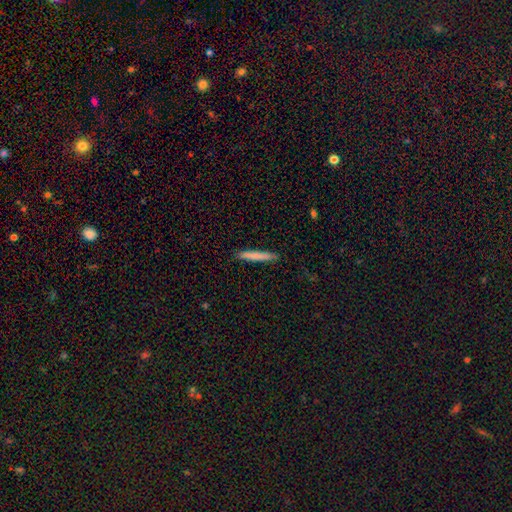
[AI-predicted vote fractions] Smooth or featured? Predicted: smooth (p=0.76). How rounded? Predicted: cigar-shaped (p=0.96). Merging? Predicted: none (p=0.90).